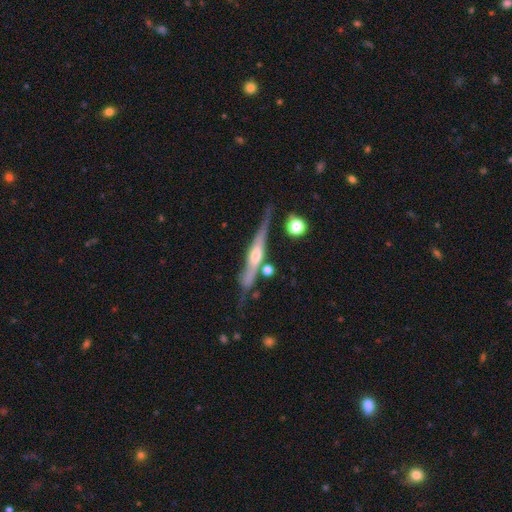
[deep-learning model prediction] Morphology: type=featured or disk (74%); edge-on=yes (93%); edge-on bulge=rounded (76%); merging=none (66%).